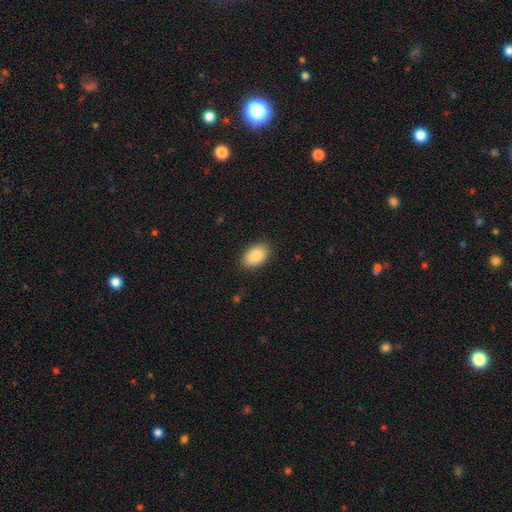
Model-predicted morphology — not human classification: Q: Smooth or featured?
A: smooth (87%); runner-up: star or artifact (7%)
Q: How rounded?
A: in between (91%); runner-up: round (8%)
Q: Merging?
A: none (87%); runner-up: minor disturbance (9%)